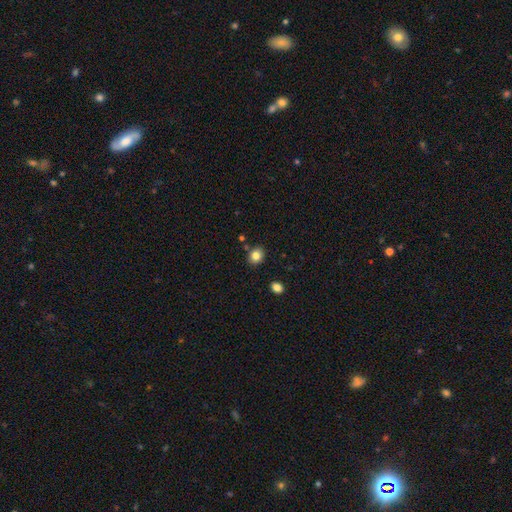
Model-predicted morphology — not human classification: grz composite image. It shows a smooth galaxy with no disk features (83%) that is round (56%). Merging: none (85%).